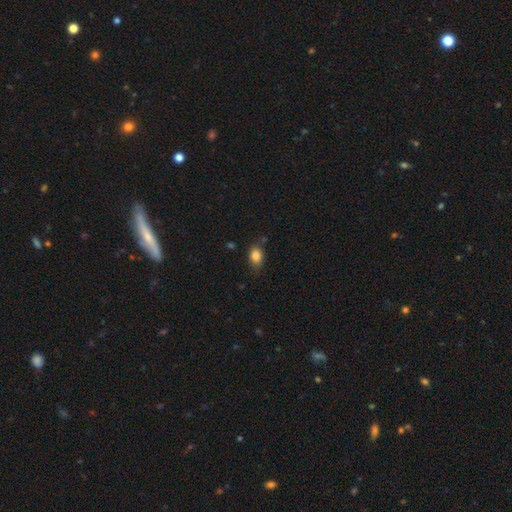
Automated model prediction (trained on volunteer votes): Q: Smooth or featured?
A: smooth (85%); runner-up: star or artifact (9%)
Q: How rounded?
A: in between (78%); runner-up: round (21%)
Q: Merging?
A: none (71%); runner-up: minor disturbance (22%)